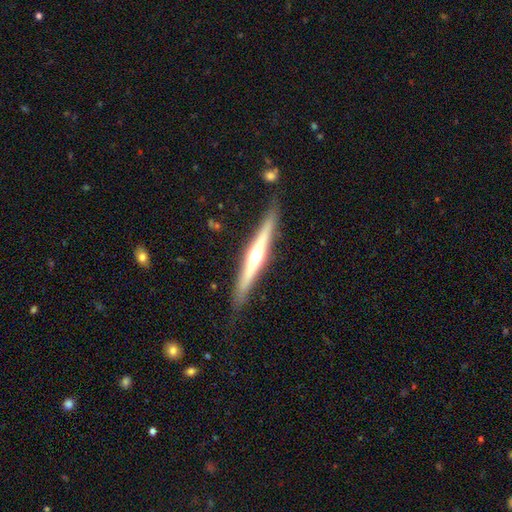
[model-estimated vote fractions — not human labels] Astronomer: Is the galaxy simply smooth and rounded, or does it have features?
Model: featured or disk — 73%.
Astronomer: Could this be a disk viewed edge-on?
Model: yes — 97%.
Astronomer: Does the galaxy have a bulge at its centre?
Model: rounded — 88%.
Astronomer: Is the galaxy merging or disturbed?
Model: none — 86%.